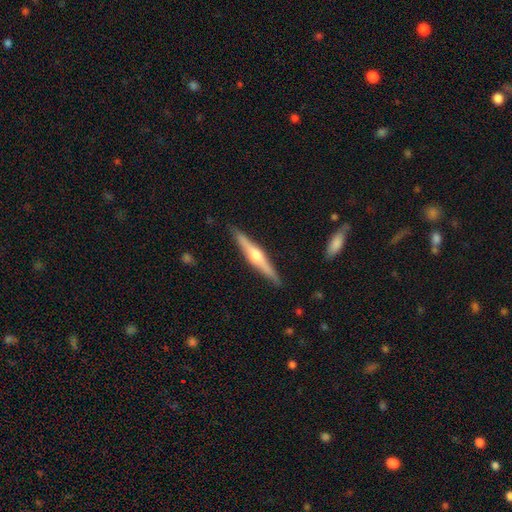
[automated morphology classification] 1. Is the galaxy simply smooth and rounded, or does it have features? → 71% featured or disk, 24% smooth, 5% star or artifact.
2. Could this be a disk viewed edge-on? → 98% yes, 2% no.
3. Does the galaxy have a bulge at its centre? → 92% rounded, 5% boxy, 4% none.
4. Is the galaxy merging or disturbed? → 89% none, 8% minor disturbance, 2% major disturbance, 1% merger.